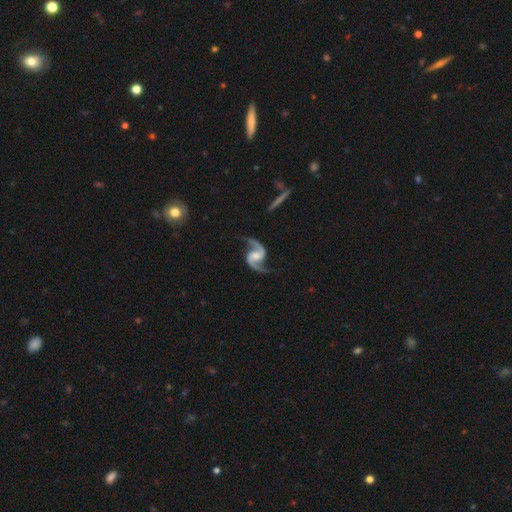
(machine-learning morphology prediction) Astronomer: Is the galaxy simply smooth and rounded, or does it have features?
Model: featured or disk — 94%.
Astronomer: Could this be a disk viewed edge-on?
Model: no — 98%.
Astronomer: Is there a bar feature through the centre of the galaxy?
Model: no — 42% (runner-up: weak, 41%).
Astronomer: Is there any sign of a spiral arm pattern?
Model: yes — 98%.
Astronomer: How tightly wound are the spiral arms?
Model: medium — 48% (runner-up: loose, 44%).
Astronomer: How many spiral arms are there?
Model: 2 — 95%.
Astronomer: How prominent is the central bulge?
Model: moderate — 45% (runner-up: small, 30%).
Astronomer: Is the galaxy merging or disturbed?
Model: none — 79%.